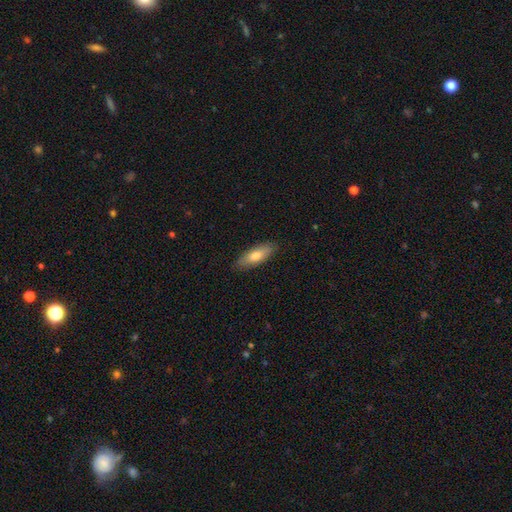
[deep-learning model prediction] Q: Smooth or featured?
A: smooth (72%); runner-up: featured or disk (22%)
Q: How rounded?
A: in between (62%); runner-up: cigar-shaped (36%)
Q: Merging?
A: none (86%); runner-up: minor disturbance (11%)